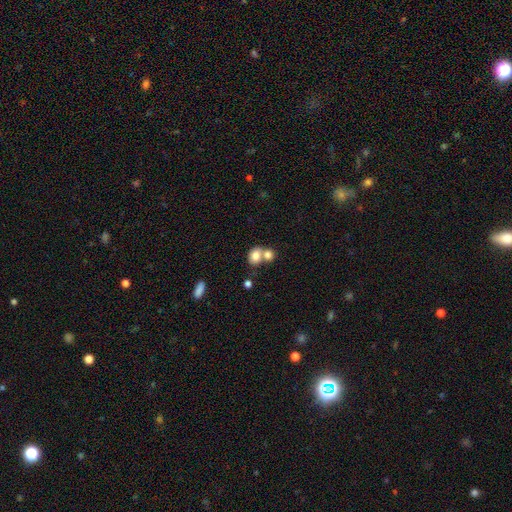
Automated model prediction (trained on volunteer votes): Smooth or featured?
  - smooth: 79% *
  - featured or disk: 13%
  - star or artifact: 9%
How rounded?
  - round: 51% *
  - in between: 48%
  - cigar-shaped: 1%
Merging?
  - merger: 59% *
  - none: 30%
  - minor disturbance: 8%
  - major disturbance: 3%